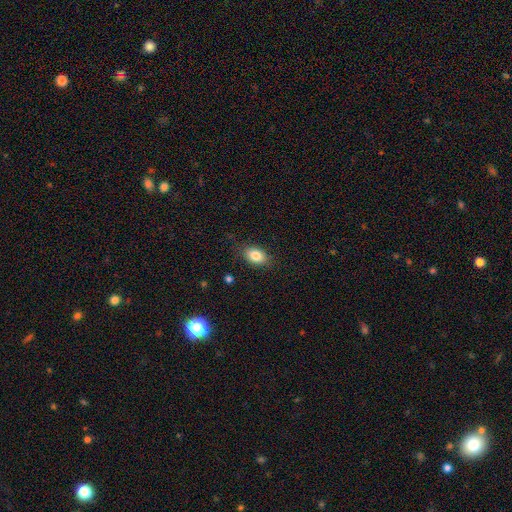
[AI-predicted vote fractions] This is clearly a smooth galaxy (84%). How rounded: clearly in between (87%). Merging: clearly none (85%).